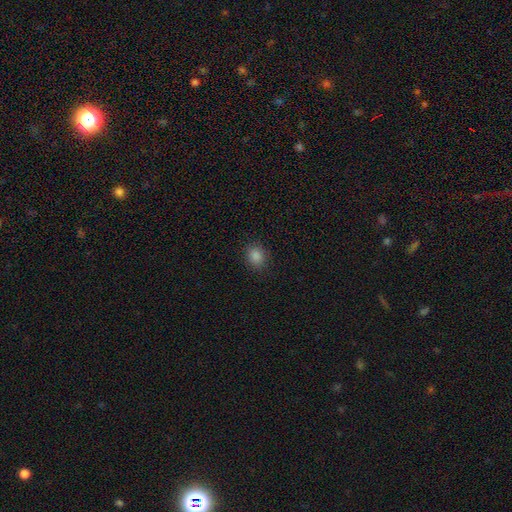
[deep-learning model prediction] Smooth or featured? smooth (84%)
How rounded? round (69%)
Merging? none (89%)